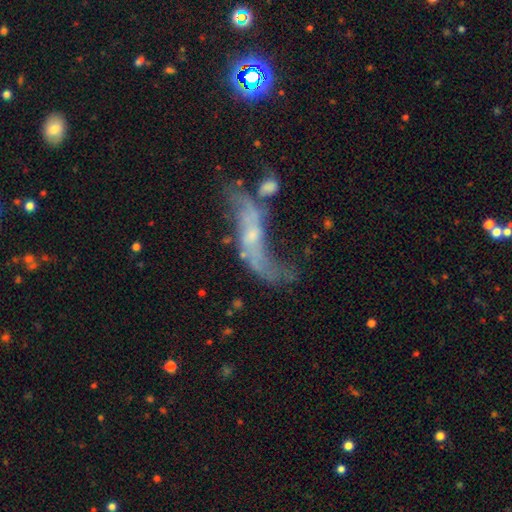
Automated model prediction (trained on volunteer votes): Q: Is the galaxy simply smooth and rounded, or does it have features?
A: featured or disk — 63%.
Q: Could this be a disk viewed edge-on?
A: no — 74%.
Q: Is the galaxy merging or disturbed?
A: major disturbance — 36%.